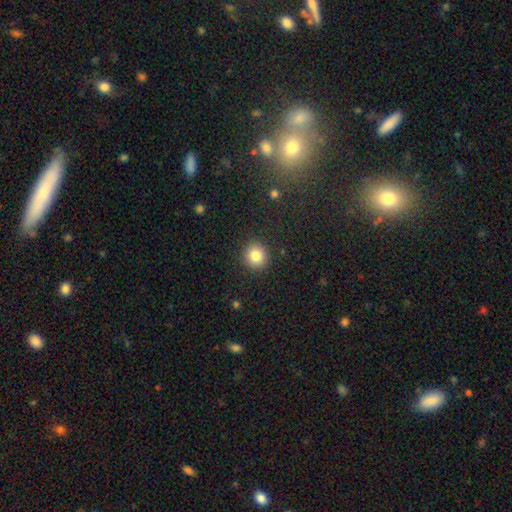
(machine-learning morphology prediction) A smooth galaxy with no disk features (83%) that is round (90%).

Vote fractions:
- Smooth or featured? smooth: 83% / star or artifact: 10% / featured or disk: 7%
- How rounded? round: 90% / in between: 9% / cigar-shaped: 1%
- Merging? none: 91% / minor disturbance: 6% / major disturbance: 2% / merger: 1%